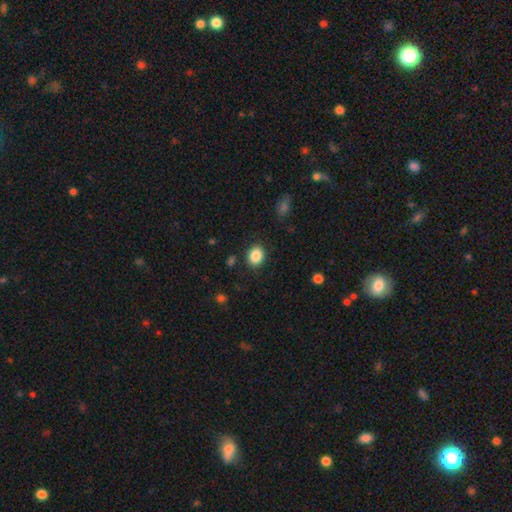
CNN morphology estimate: Q: Smooth or featured?
A: smooth (87%); runner-up: star or artifact (9%)
Q: How rounded?
A: round (50%); runner-up: in between (49%)
Q: Merging?
A: none (87%); runner-up: minor disturbance (9%)